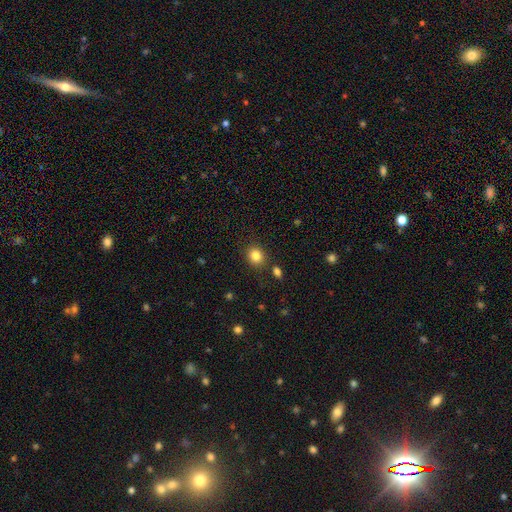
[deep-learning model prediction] The model was most divided on "how rounded": round: 67%, in between: 32%, cigar-shaped: 1%. More confident: smooth or featured — smooth (85%); merging — none (84%).